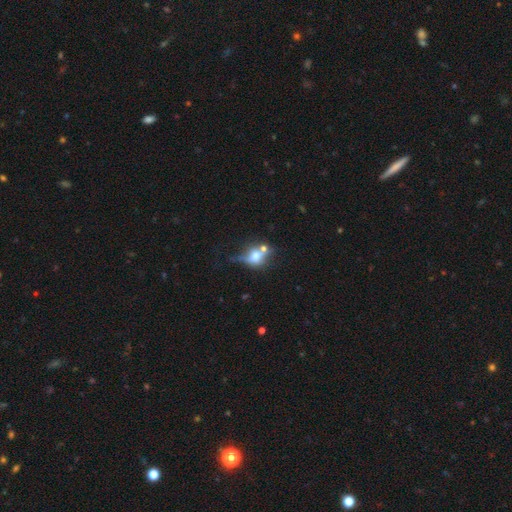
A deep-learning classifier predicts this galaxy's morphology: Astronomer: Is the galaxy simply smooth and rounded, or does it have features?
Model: smooth — 53% (runner-up: featured or disk, 35%).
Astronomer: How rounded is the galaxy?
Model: round — 52% (runner-up: in between, 43%).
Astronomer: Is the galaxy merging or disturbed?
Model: none — 41% (runner-up: merger, 28%).